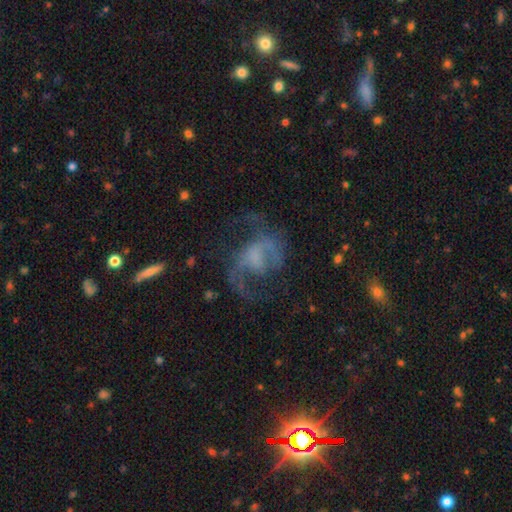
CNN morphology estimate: Q: Smooth or featured?
A: featured or disk (73%); runner-up: smooth (14%)
Q: Edge-on disk?
A: no (97%); runner-up: yes (3%)
Q: Bar?
A: no (48%); runner-up: weak (39%)
Q: Spiral arms?
A: yes (84%); runner-up: no (16%)
Q: Spiral winding?
A: medium (46%); runner-up: loose (41%)
Q: Spiral arm count?
A: 2 (72%); runner-up: can't tell (11%)
Q: Bulge size?
A: none (39%); runner-up: moderate (25%)
Q: Merging?
A: none (50%); runner-up: major disturbance (30%)